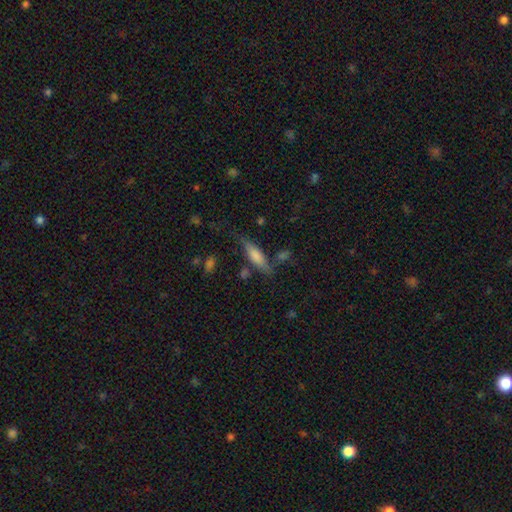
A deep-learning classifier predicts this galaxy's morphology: A smooth galaxy with no disk features (67%) that is cigar-shaped (63%). Merging: none (68%).